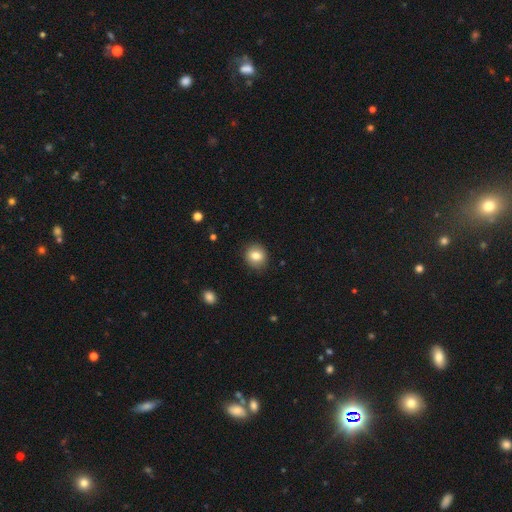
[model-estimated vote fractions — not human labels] smooth 81%, star or artifact 10%, featured or disk 9%. Down the decision tree: how rounded — round (83%); merging — none (87%).